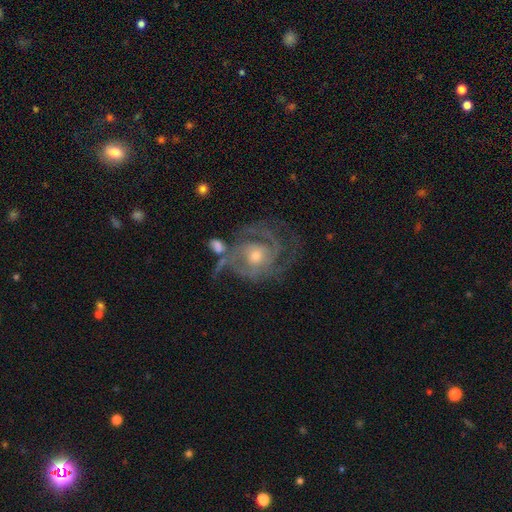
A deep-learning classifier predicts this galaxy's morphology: type=featured or disk (89%); edge-on=no (97%); bar=no (71%); spiral arms=yes (95%); winding=tight (56%); arm count=3 (32%); bulge=moderate (58%); merging=none (54%).